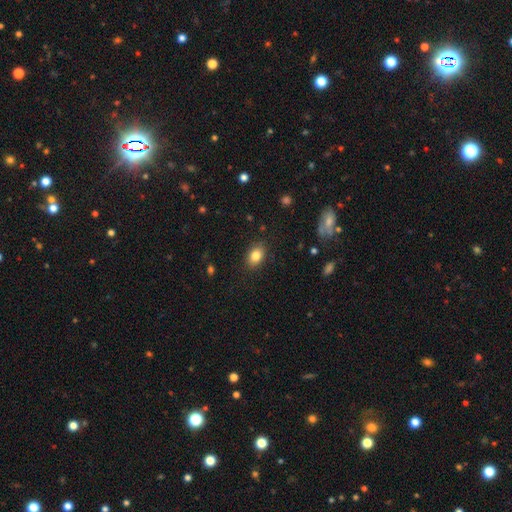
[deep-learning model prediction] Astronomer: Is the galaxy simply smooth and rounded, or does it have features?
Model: smooth — 83%.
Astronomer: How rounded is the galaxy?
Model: in between — 77%.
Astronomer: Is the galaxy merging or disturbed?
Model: none — 86%.